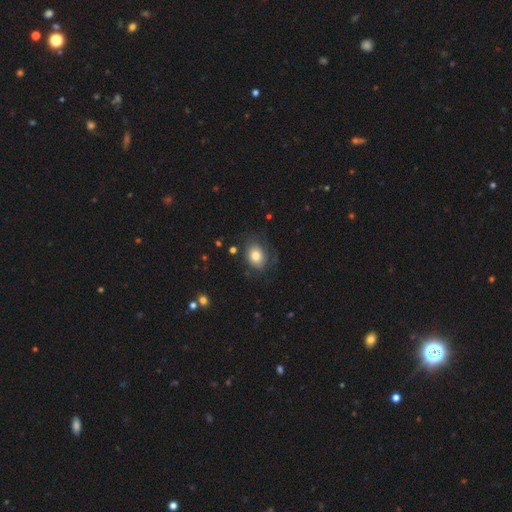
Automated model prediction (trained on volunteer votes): A smooth galaxy with no disk features (76%) that is in between round and cigar-shaped (64%).

Vote fractions:
- Smooth or featured? smooth: 76% / featured or disk: 15% / star or artifact: 9%
- How rounded? in between: 64% / round: 35% / cigar-shaped: 1%
- Merging? none: 69% / minor disturbance: 20% / major disturbance: 10% / merger: 2%